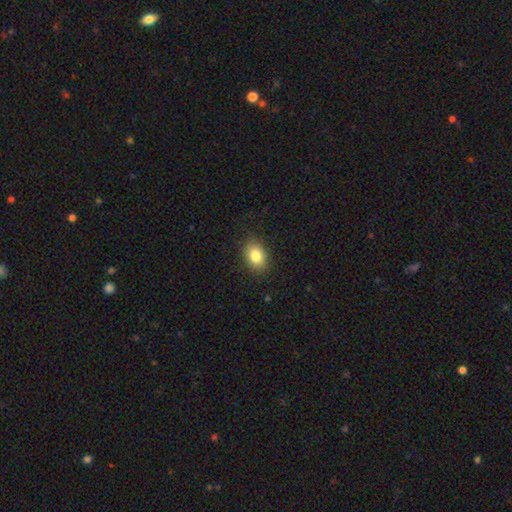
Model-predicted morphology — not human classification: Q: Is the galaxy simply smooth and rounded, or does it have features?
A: smooth — 83%.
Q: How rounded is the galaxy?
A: in between — 75%.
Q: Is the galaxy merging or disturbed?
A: none — 88%.